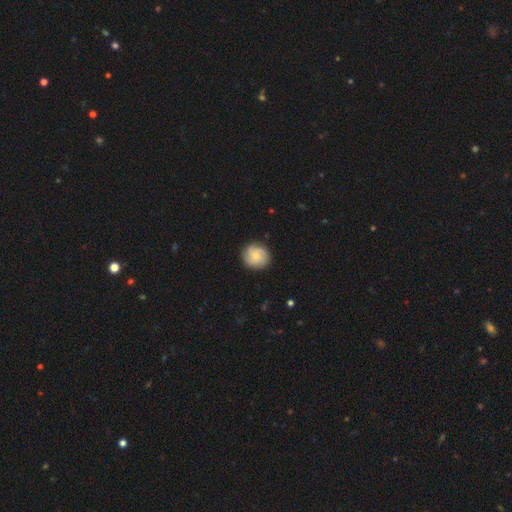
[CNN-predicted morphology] smooth_or_featured: featured or disk (p=0.47) [alt: smooth p=0.46]
merging: none (p=0.85) [alt: minor disturbance p=0.12]